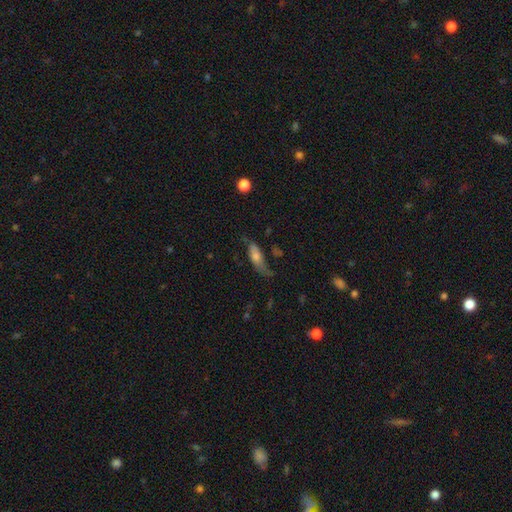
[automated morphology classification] smooth_or_featured: smooth (p=0.52) [alt: featured or disk p=0.39]
how_rounded: in between (p=0.60) [alt: cigar-shaped p=0.37]
merging: none (p=0.48) [alt: minor disturbance p=0.31]